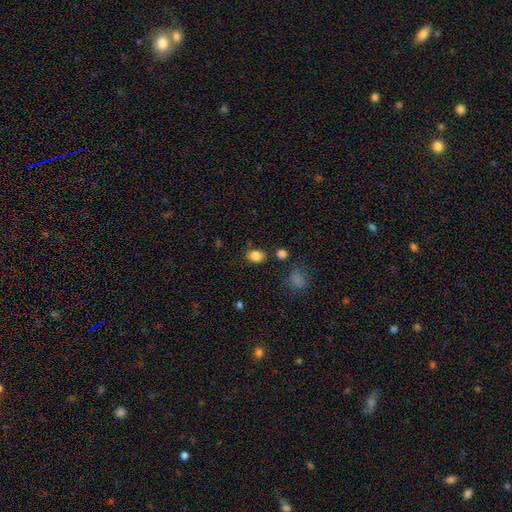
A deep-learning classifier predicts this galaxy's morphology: Smooth or featured? smooth (85%)
How rounded? in between (64%)
Merging? none (77%)